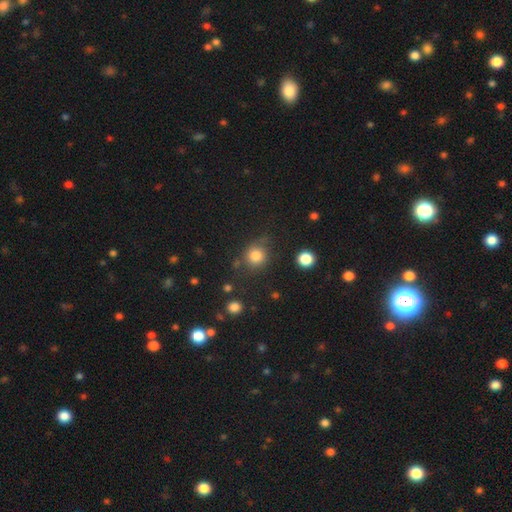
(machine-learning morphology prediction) smooth-or-featured: smooth: 81% | star or artifact: 12% | featured or disk: 7%
  how-rounded: round: 85% | in between: 14% | cigar-shaped: 1%
  merging: none: 72% | minor disturbance: 16% | major disturbance: 7% | merger: 5%